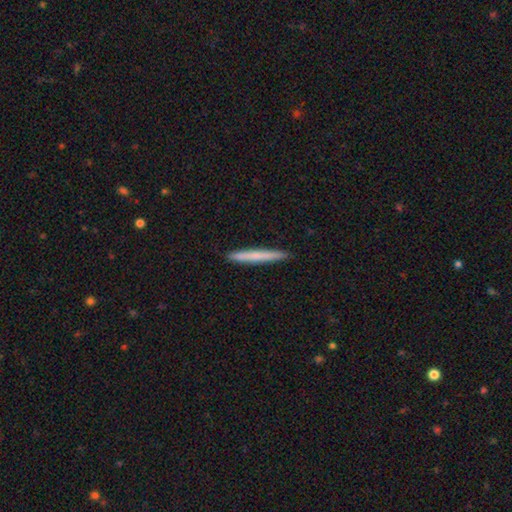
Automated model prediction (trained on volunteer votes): This appears to be a smooth galaxy with no disk features (66%) that is cigar-shaped (97%). Merging: none (92%).